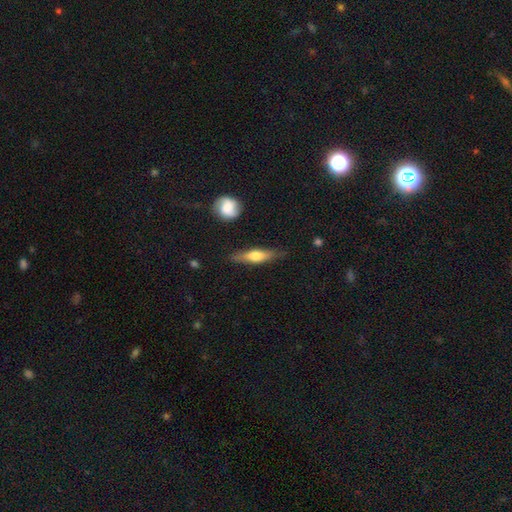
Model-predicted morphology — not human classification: A smooth galaxy with no disk features (51%) that is cigar-shaped (67%).

Vote fractions:
- Smooth or featured? smooth: 51% / featured or disk: 43% / star or artifact: 6%
- How rounded? cigar-shaped: 67% / in between: 30% / round: 3%
- Merging? none: 80% / minor disturbance: 15% / major disturbance: 3% / merger: 2%